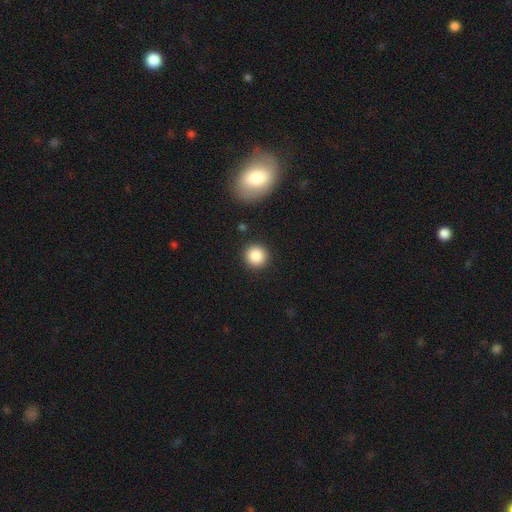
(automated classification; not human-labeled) Smooth or featured: smooth — 86% (star or artifact — 10%)
How rounded: round — 94% (in between — 5%)
Merging: none — 90% (minor disturbance — 6%)